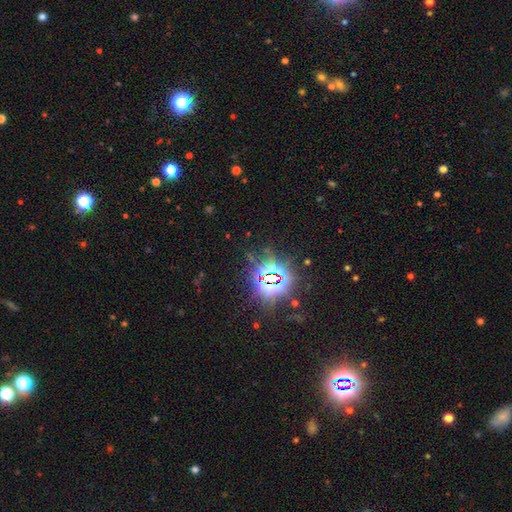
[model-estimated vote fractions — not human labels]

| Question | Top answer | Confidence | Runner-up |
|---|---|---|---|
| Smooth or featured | star or artifact | 83% | smooth (10%) |